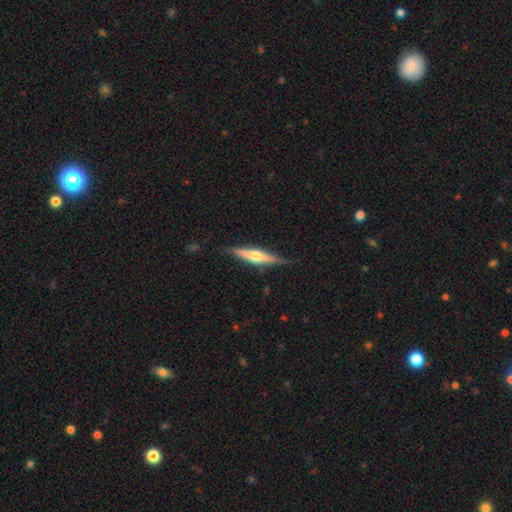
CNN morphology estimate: Smooth or featured?
  - featured or disk: 68% *
  - smooth: 26%
  - star or artifact: 6%
Edge-on disk?
  - yes: 97% *
  - no: 3%
Edge-on bulge?
  - rounded: 88% *
  - boxy: 7%
  - none: 5%
Merging?
  - none: 84% *
  - minor disturbance: 12%
  - major disturbance: 3%
  - merger: 1%